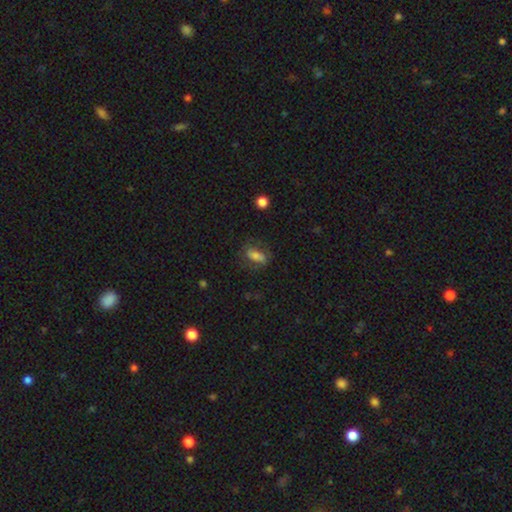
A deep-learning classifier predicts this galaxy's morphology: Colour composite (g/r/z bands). It shows a smooth galaxy with no disk features (70%) that is in between round and cigar-shaped (79%). Merging: none (65%).